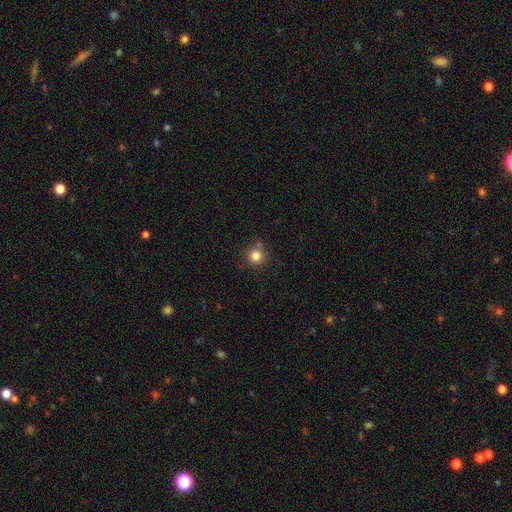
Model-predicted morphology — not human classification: This appears to be a smooth galaxy with no disk features (82%) that is round (93%). Merging: none (80%).